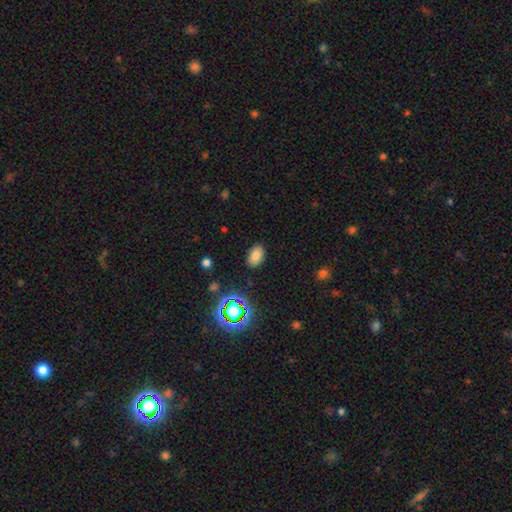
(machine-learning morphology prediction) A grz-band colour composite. It shows a smooth galaxy with no disk features (78%) that is in between round and cigar-shaped (88%). Merging: none (86%).